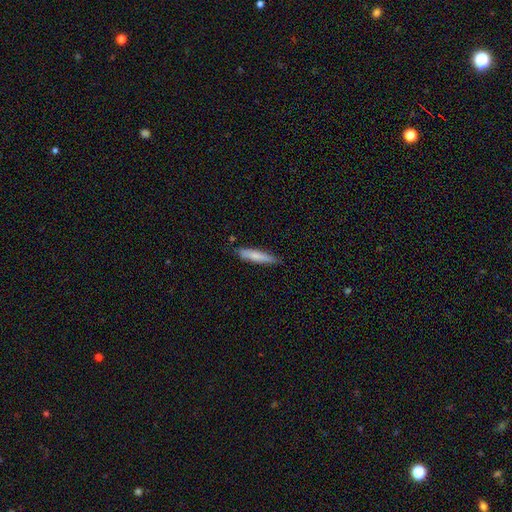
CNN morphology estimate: Smooth or featured? smooth (76%)
How rounded? cigar-shaped (85%)
Merging? none (82%)